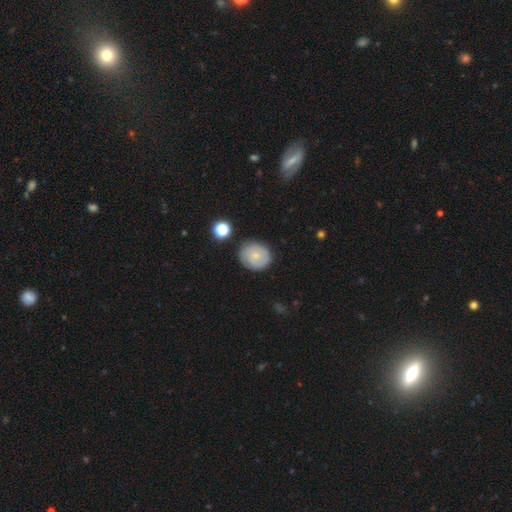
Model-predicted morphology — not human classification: This appears to be a smooth galaxy with no disk features (64%) that is round (82%). Merging: none (80%).